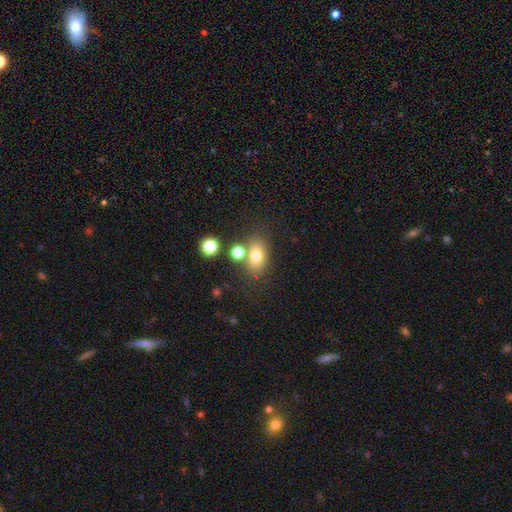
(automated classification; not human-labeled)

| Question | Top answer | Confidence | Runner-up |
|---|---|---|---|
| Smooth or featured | smooth | 77% | star or artifact (12%) |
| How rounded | in between | 76% | round (22%) |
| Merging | none | 65% | merger (18%) |